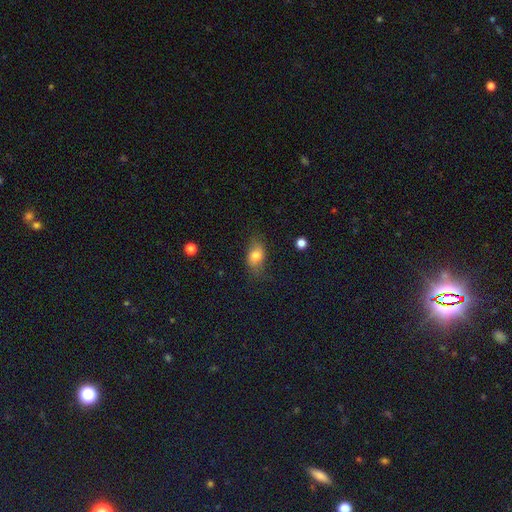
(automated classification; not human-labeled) This is likely a smooth galaxy (77%). How rounded: clearly in between (81%). Merging: likely none (66%).